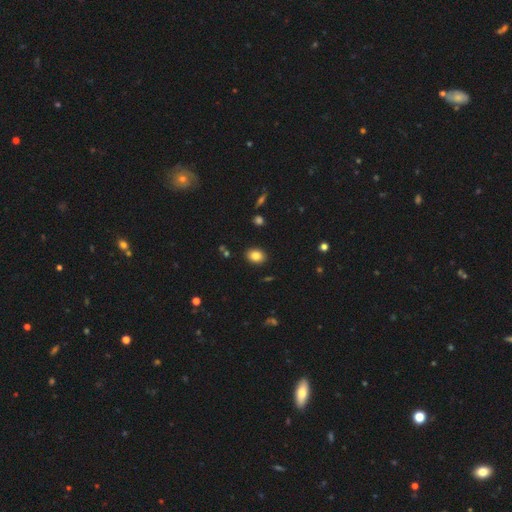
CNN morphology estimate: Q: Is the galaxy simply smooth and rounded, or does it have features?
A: smooth — 83%.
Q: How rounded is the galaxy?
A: in between — 67%.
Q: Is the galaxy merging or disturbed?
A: none — 88%.